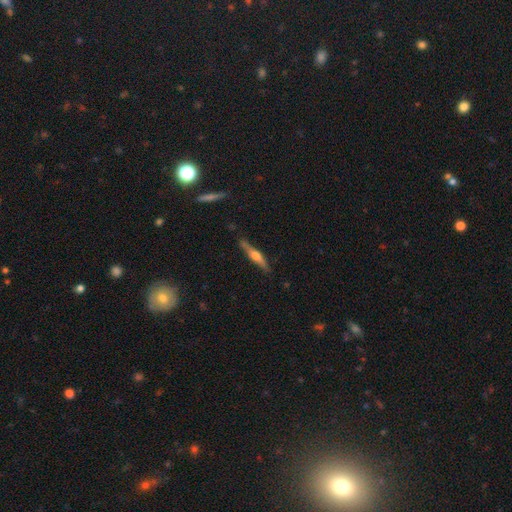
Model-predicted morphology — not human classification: smooth-or-featured: featured or disk: 61% | smooth: 33% | star or artifact: 6%
  disk-edge-on: yes: 96% | no: 4%
    edge-on-bulge: rounded: 88% | boxy: 7% | none: 5%
  merging: none: 84% | minor disturbance: 12% | major disturbance: 2% | merger: 2%